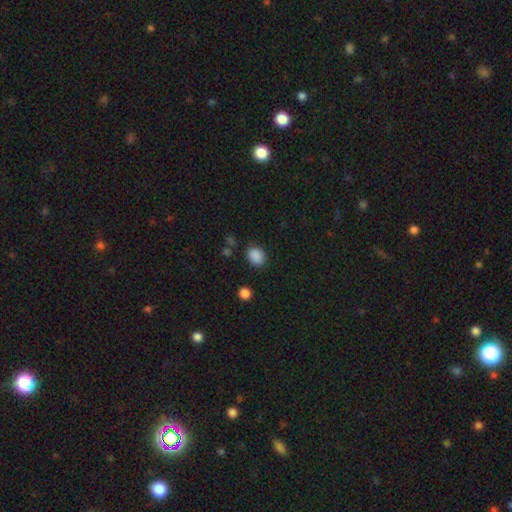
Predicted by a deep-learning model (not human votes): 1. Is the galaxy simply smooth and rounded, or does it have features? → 86% smooth, 11% star or artifact, 3% featured or disk.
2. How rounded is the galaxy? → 54% in between, 46% round, 1% cigar-shaped.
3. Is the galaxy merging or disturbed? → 82% none, 11% minor disturbance, 4% major disturbance, 3% merger.